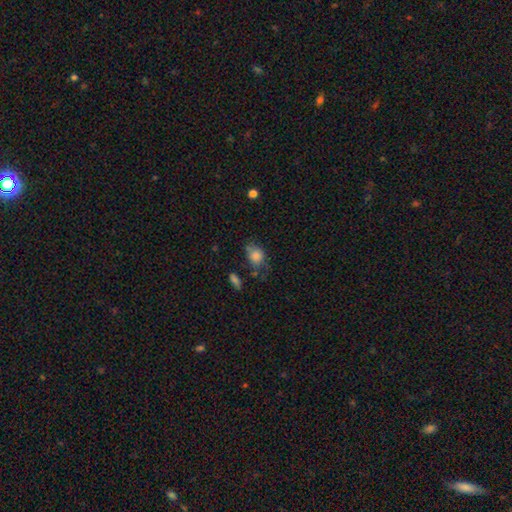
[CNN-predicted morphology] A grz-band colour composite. It shows a smooth galaxy with no disk features (79%) that is in between round and cigar-shaped (58%). Merging: none (46%).